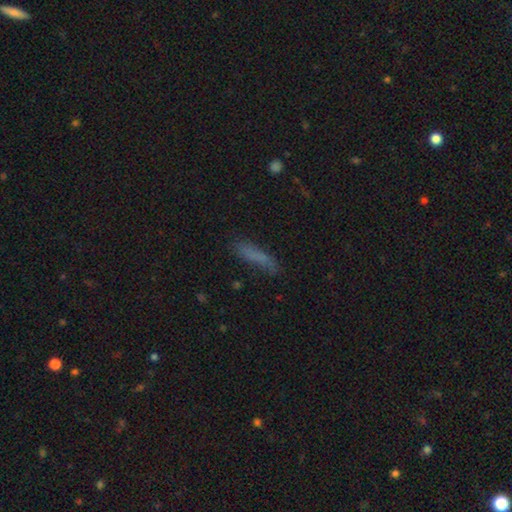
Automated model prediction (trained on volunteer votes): Overall: smooth (73%). How rounded: cigar-shaped (82%). Merging: none (71%).